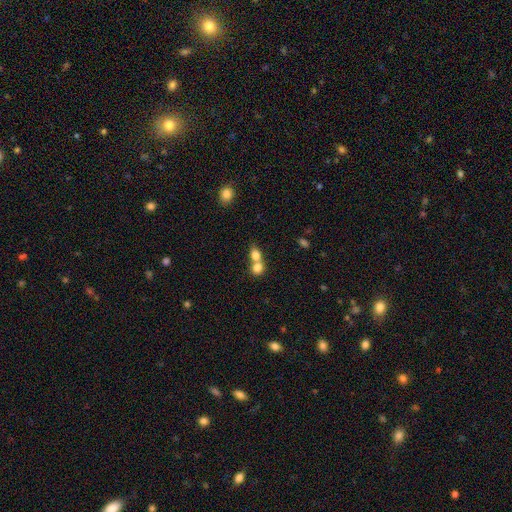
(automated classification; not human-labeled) Overall: smooth (78%). How rounded: round (55%; in between 43%). Merging: merger (67%).